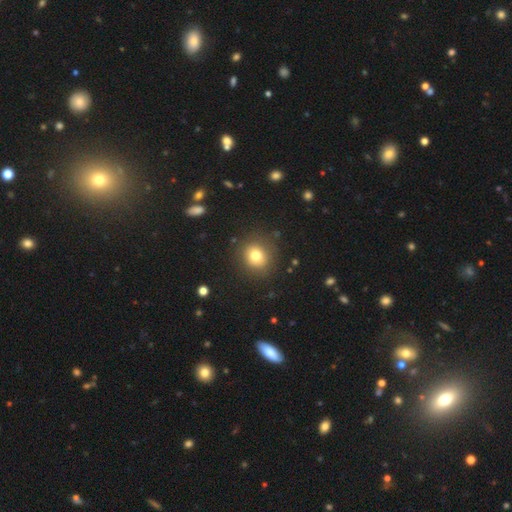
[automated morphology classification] This is likely a smooth galaxy (77%). How rounded: clearly round (83%). Merging: clearly none (87%).